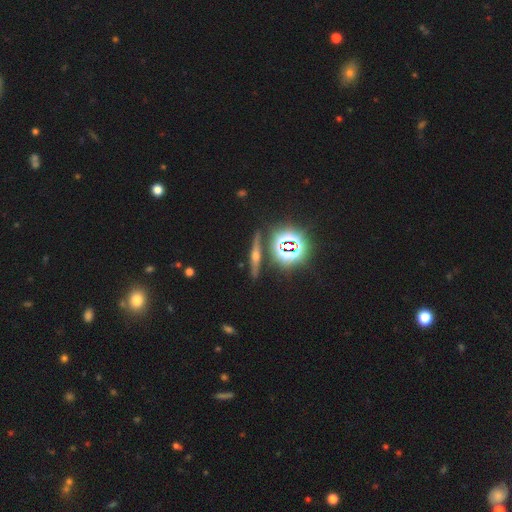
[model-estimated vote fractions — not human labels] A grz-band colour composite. It shows a featured or disk galaxy (50%). Merging: none (88%).